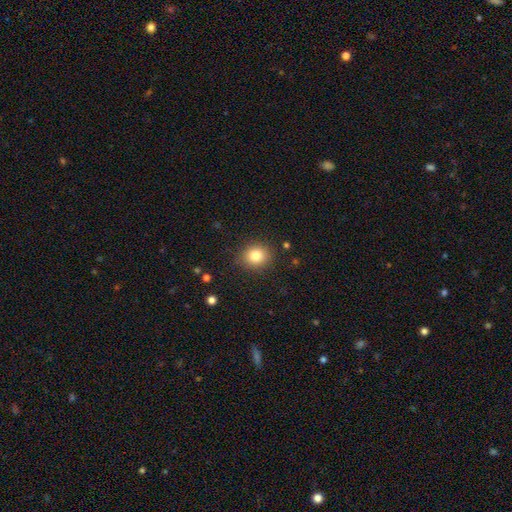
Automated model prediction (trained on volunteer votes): smooth_or_featured: smooth (p=0.82) [alt: star or artifact p=0.11]
how_rounded: round (p=0.78) [alt: in between p=0.21]
merging: none (p=0.87) [alt: minor disturbance p=0.09]